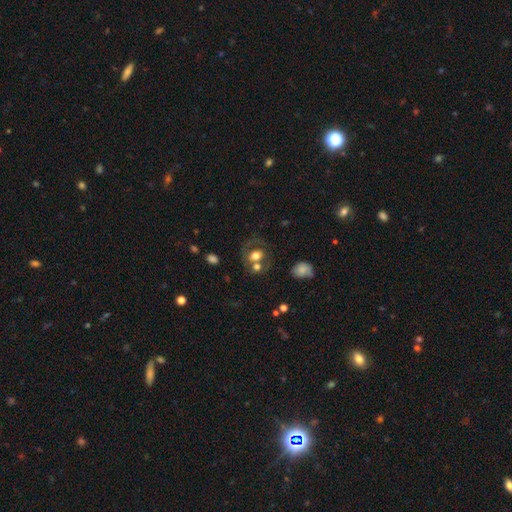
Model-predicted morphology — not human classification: smooth_or_featured: smooth (p=0.55) [alt: featured or disk p=0.33]
how_rounded: round (p=0.62) [alt: in between p=0.37]
merging: none (p=0.45) [alt: merger p=0.32]